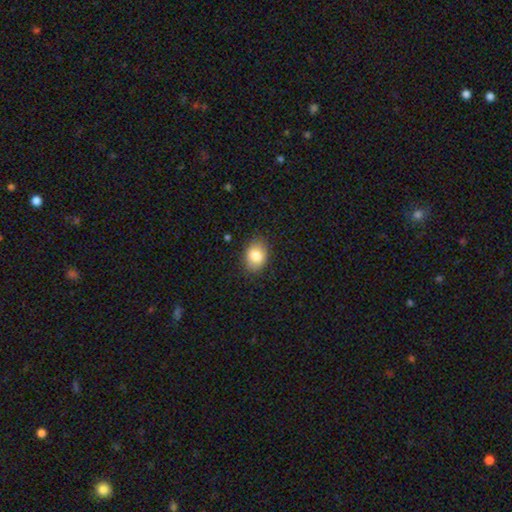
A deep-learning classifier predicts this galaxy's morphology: Smooth or featured? Predicted: smooth (p=0.82). How rounded? Predicted: in between (p=0.71). Merging? Predicted: none (p=0.85).